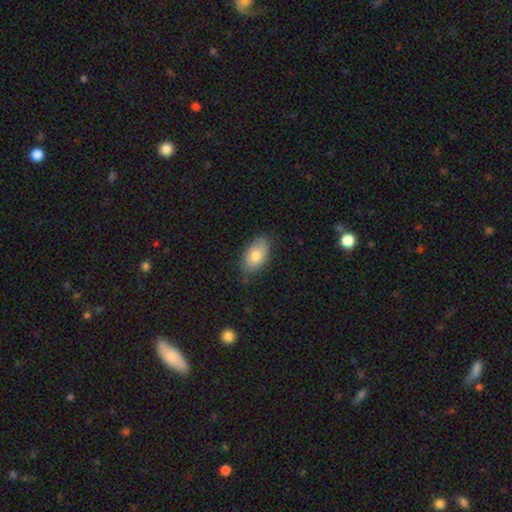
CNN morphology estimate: smooth 76%, featured or disk 17%, star or artifact 7%. Down the decision tree: how rounded — in between (92%); merging — none (77%).